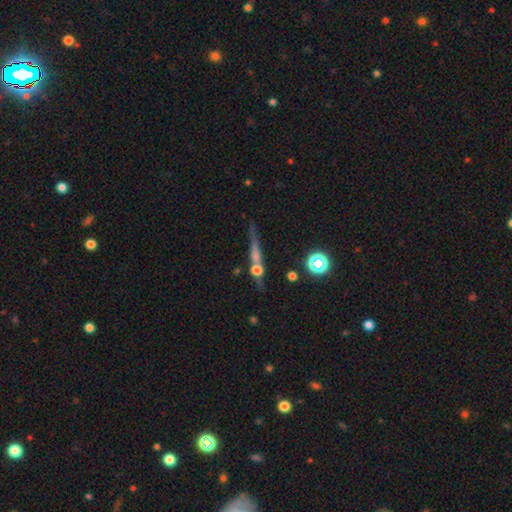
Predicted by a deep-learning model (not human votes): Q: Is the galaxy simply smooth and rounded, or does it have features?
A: featured or disk — 54%.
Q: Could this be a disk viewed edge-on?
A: yes — 88%.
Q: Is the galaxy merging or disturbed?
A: none — 68%.